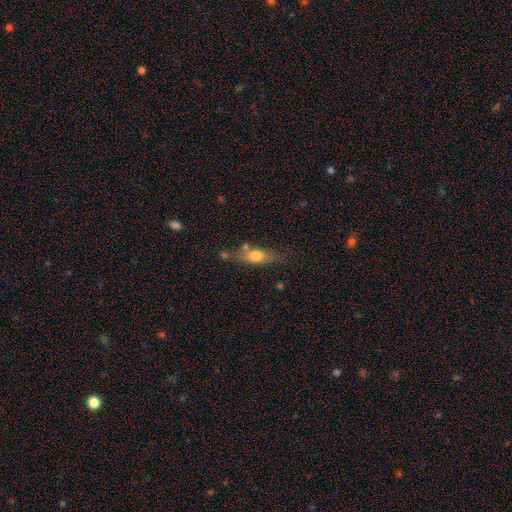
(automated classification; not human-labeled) Morphology: type=smooth (67%); roundness=in between (62%); merging=none (61%).